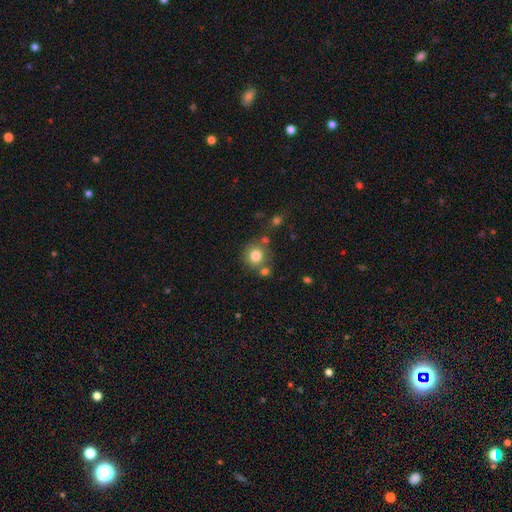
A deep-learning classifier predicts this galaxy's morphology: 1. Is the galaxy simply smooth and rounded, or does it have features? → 81% smooth, 11% star or artifact, 8% featured or disk.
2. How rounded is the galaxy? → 86% round, 13% in between, 1% cigar-shaped.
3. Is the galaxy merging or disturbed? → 66% none, 18% merger, 12% minor disturbance, 5% major disturbance.